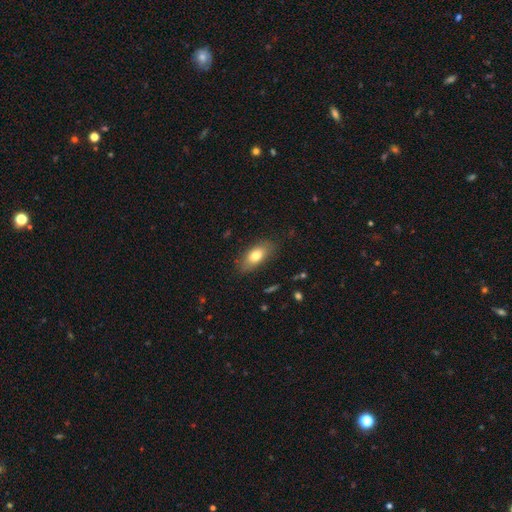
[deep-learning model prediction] Morphology: type=smooth (78%); roundness=in between (87%); merging=none (82%).